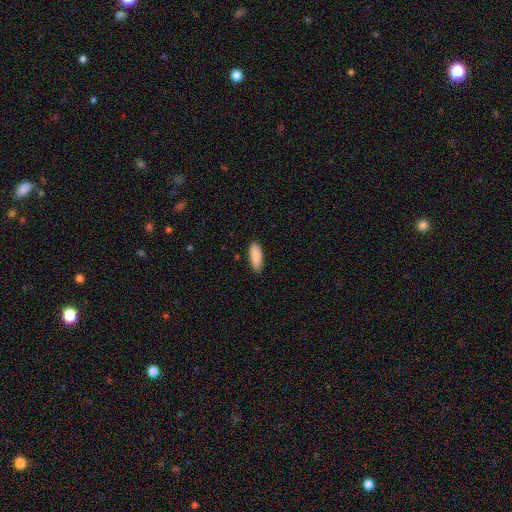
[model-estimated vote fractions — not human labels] Morphology: type=smooth (90%); roundness=in between (69%); merging=none (86%).